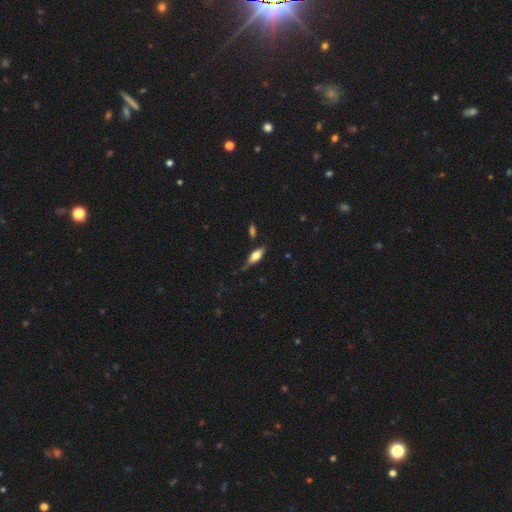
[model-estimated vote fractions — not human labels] This appears to be a smooth galaxy with no disk features (50%) that is in between round and cigar-shaped (64%). Merging: none (64%).